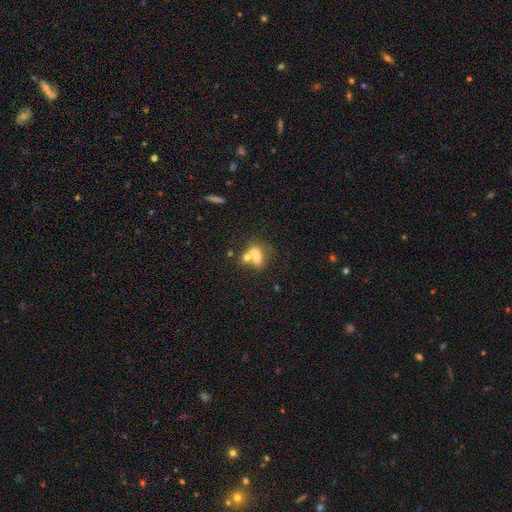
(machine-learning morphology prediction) smooth 65%, featured or disk 23%, star or artifact 12%. Down the decision tree: how rounded — in between (70%); merging — merger (50%).